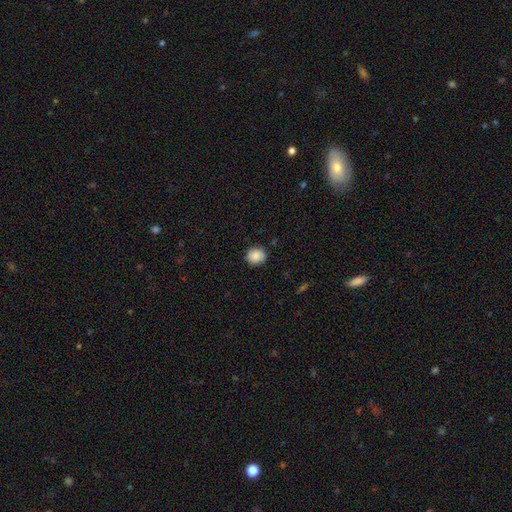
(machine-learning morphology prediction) type=smooth (86%); roundness=round (79%); merging=none (85%).